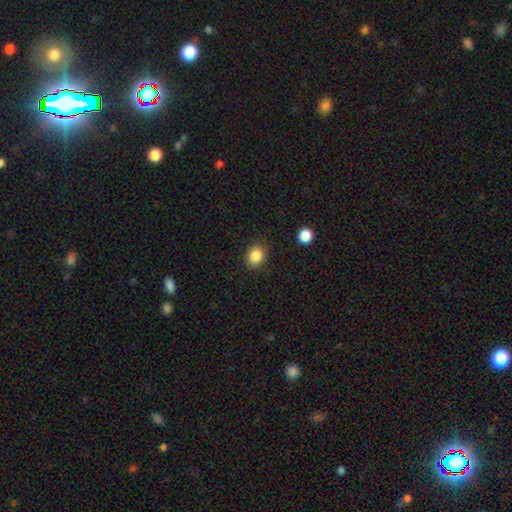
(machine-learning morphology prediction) Smooth or featured: smooth — 86% (star or artifact — 10%)
How rounded: round — 66% (in between — 33%)
Merging: none — 87% (minor disturbance — 9%)